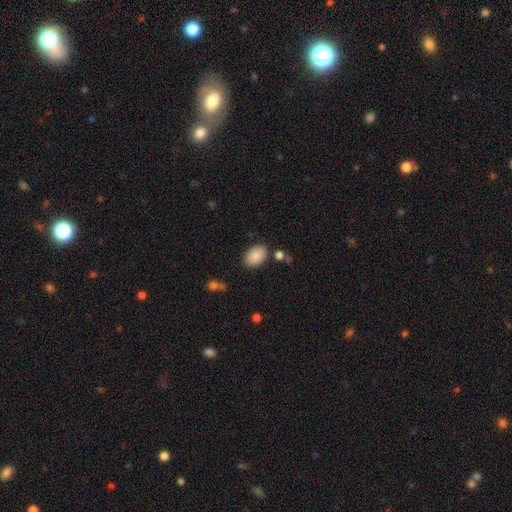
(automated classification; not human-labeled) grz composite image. It shows a smooth galaxy with no disk features (88%) that is in between round and cigar-shaped (86%). Merging: none (83%).